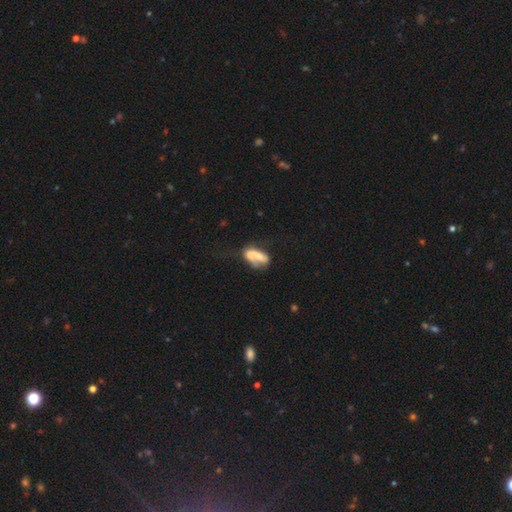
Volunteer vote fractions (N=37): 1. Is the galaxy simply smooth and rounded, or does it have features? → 54% smooth, 38% featured or disk, 8% star or artifact.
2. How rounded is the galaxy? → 95% in between, 5% cigar-shaped, 0% round.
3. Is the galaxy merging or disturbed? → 41% none, 26% merger, 21% minor disturbance, 12% major disturbance.